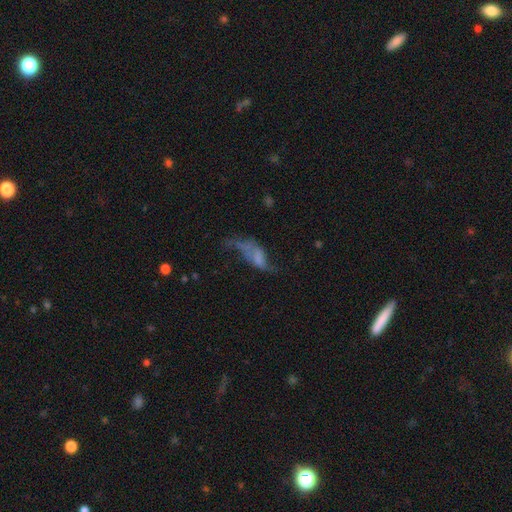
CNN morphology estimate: Smooth or featured: featured or disk — 53% (smooth — 32%)
Edge-on disk: no — 90% (yes — 10%)
Merging: major disturbance — 48% (none — 23%)